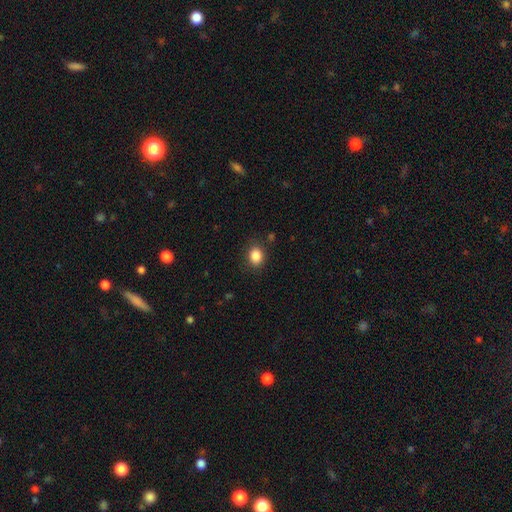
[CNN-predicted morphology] Smooth or featured? smooth (86%)
How rounded? in between (54%)
Merging? none (85%)